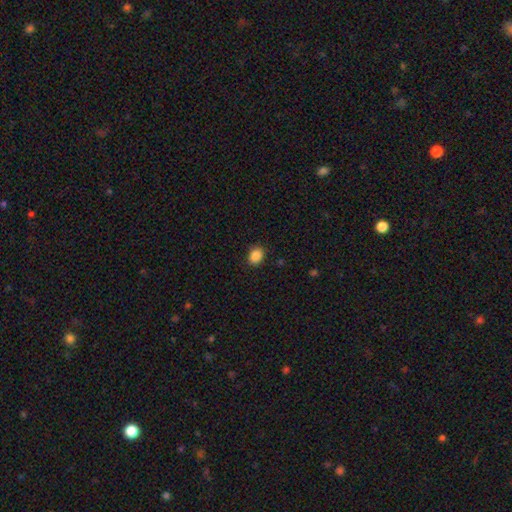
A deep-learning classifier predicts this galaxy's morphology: This is clearly a smooth galaxy (87%). How rounded: possibly in between (51%). Merging: clearly none (88%).